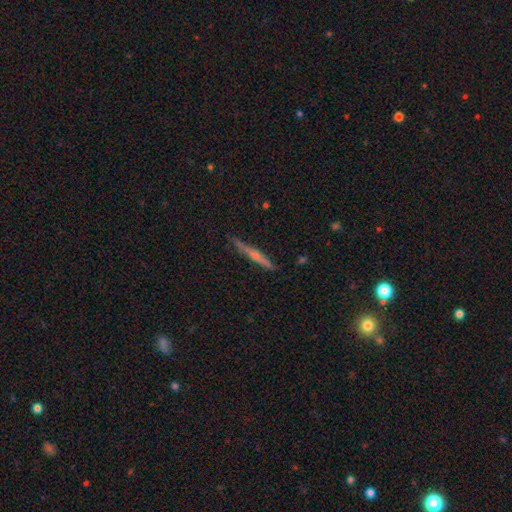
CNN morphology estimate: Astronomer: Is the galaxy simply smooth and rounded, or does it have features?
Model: featured or disk — 56% (runner-up: smooth, 37%).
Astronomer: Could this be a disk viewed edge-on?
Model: yes — 97%.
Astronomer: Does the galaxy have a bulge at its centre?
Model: rounded — 53% (runner-up: none, 38%).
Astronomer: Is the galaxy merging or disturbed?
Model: none — 86%.